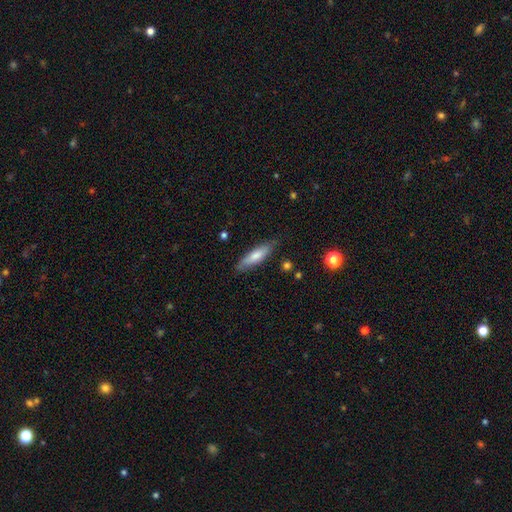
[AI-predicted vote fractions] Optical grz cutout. It shows a smooth galaxy with no disk features (70%) that is cigar-shaped (64%). Merging: none (81%).